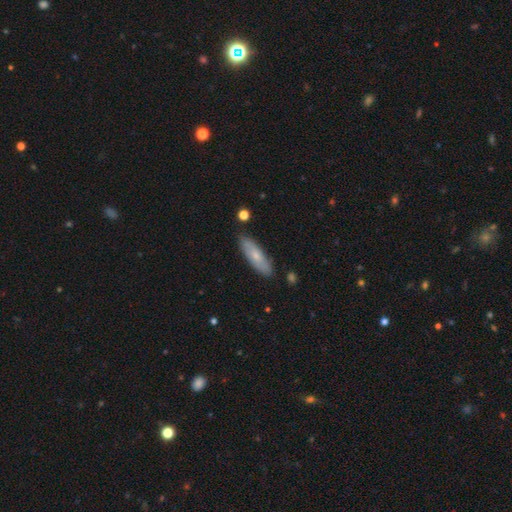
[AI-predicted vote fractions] Q: Smooth or featured?
A: smooth (63%); runner-up: featured or disk (31%)
Q: How rounded?
A: cigar-shaped (50%); runner-up: in between (48%)
Q: Merging?
A: none (85%); runner-up: minor disturbance (11%)